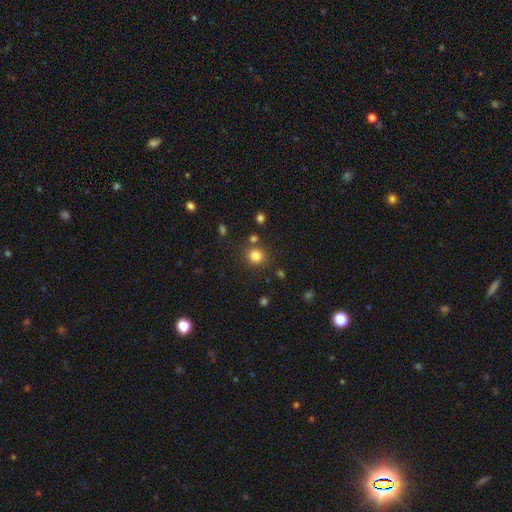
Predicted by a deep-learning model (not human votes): A smooth galaxy with no disk features (82%) that is round (87%). Merging: none (81%).